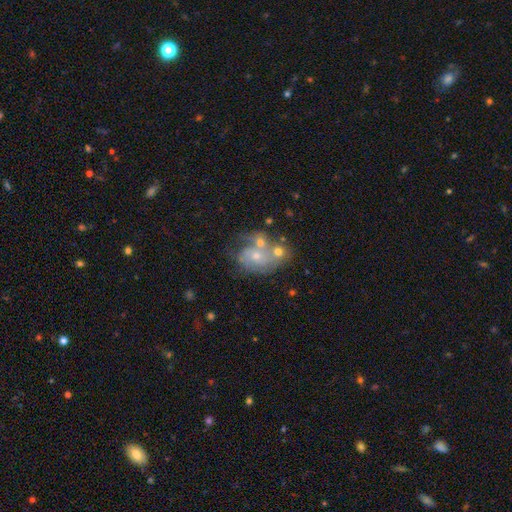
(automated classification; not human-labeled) smooth-or-featured: featured or disk: 60% | smooth: 30% | star or artifact: 10%
  disk-edge-on: no: 98% | yes: 2%
    bar: no: 79% | weak: 18% | strong: 3%
    has-spiral-arms: yes: 70% | no: 30%
    bulge-size: small: 52% | moderate: 38% | none: 6% | large: 3% | dominant: 1%
  merging: merger: 46% | none: 27% | minor disturbance: 14% | major disturbance: 13%